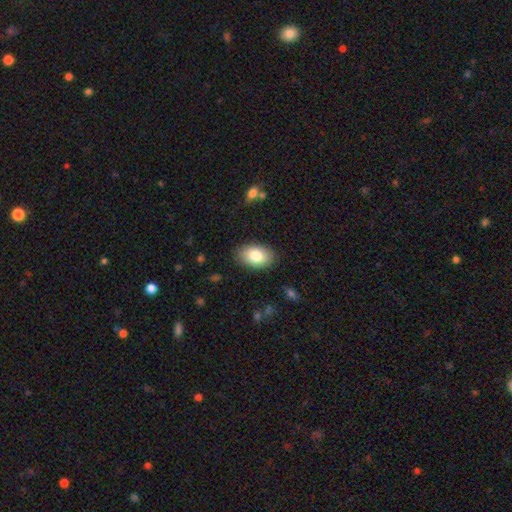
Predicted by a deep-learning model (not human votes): This appears to be a smooth galaxy with no disk features (82%) that is in between round and cigar-shaped (91%). Merging: none (87%).